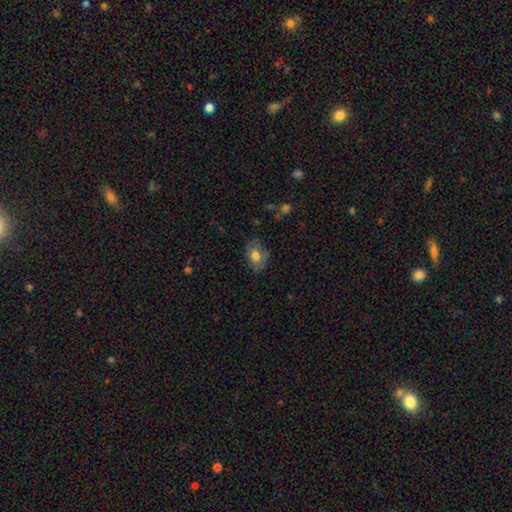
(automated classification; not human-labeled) This appears to be a smooth galaxy with no disk features (68%) that is in between round and cigar-shaped (82%). Merging: none (72%).